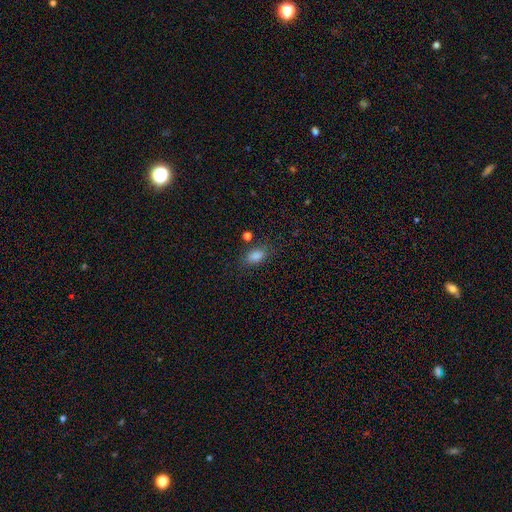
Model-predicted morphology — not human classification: Smooth or featured? smooth (83%)
How rounded? in between (86%)
Merging? none (79%)